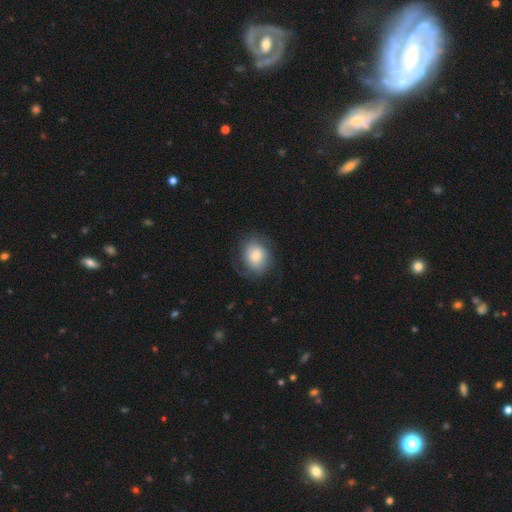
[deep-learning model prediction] A smooth galaxy with no disk features (65%) that is round (54%). Merging: none (68%).